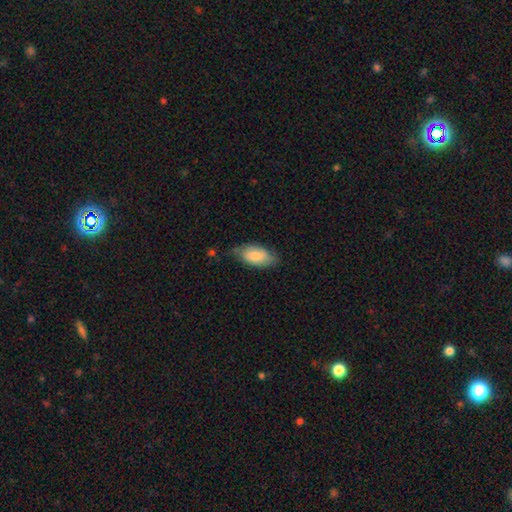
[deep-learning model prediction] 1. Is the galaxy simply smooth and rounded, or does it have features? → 81% smooth, 13% featured or disk, 6% star or artifact.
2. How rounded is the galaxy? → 93% in between, 4% cigar-shaped, 3% round.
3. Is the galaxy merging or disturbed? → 67% none, 27% minor disturbance, 5% major disturbance, 2% merger.